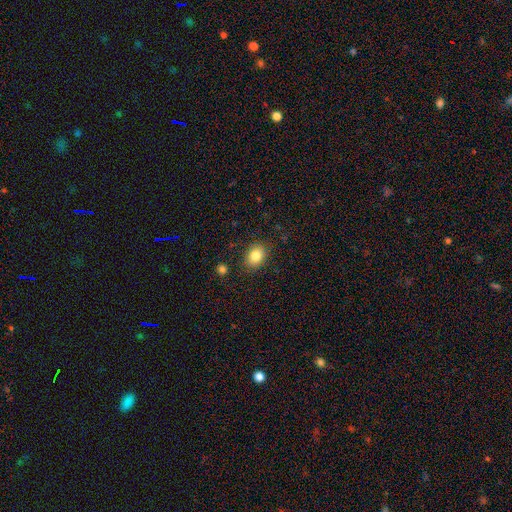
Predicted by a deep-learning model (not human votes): Smooth or featured? smooth (83%)
How rounded? in between (67%)
Merging? none (86%)